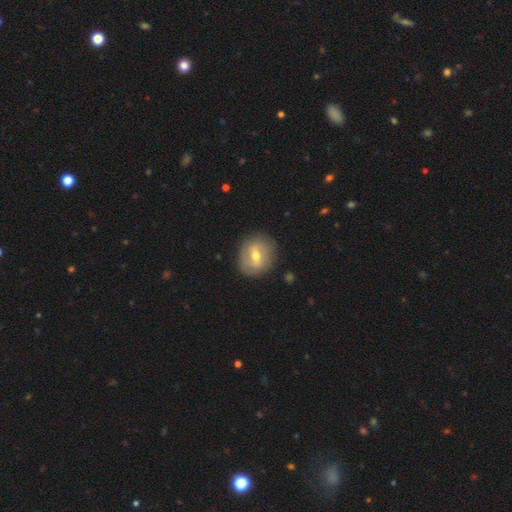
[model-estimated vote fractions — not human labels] A featured or disk galaxy (51%). Merging: none (83%).